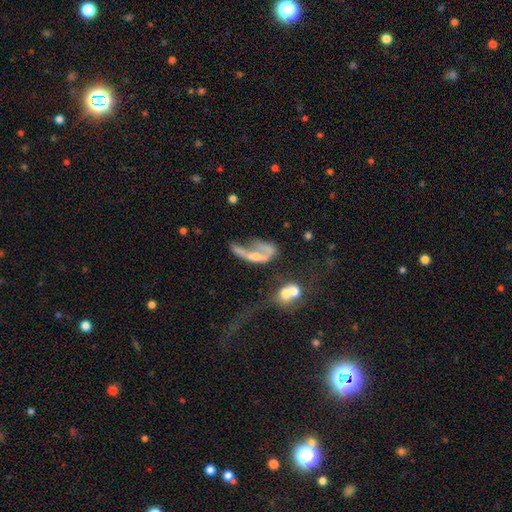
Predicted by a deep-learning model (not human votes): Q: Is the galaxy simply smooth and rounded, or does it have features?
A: featured or disk — 59%.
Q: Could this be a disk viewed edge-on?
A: no — 86%.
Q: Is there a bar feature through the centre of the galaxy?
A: no — 69%.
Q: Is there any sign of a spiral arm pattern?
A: no — 61%.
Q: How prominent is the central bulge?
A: none — 33%.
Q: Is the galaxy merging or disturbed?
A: major disturbance — 41%.